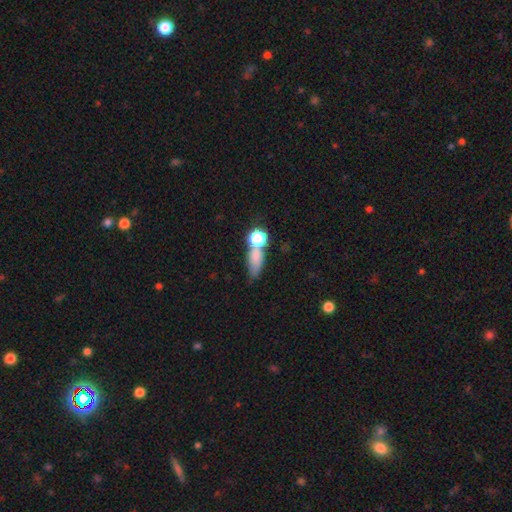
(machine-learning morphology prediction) This appears to be a smooth galaxy with no disk features (72%) that is in between round and cigar-shaped (56%). Merging: merger (42%).